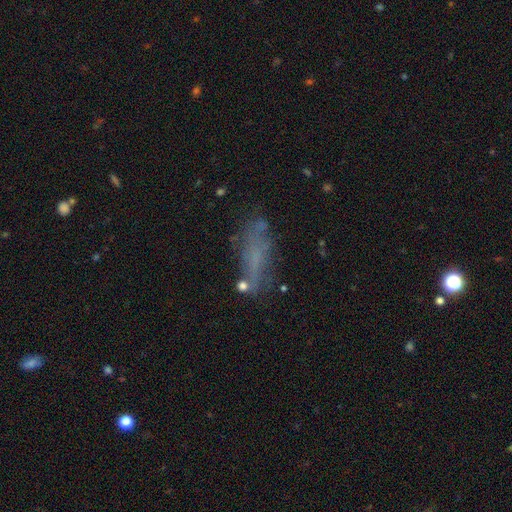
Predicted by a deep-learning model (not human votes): smooth 50%, featured or disk 34%, star or artifact 16%. Down the decision tree: merging — none (55%).